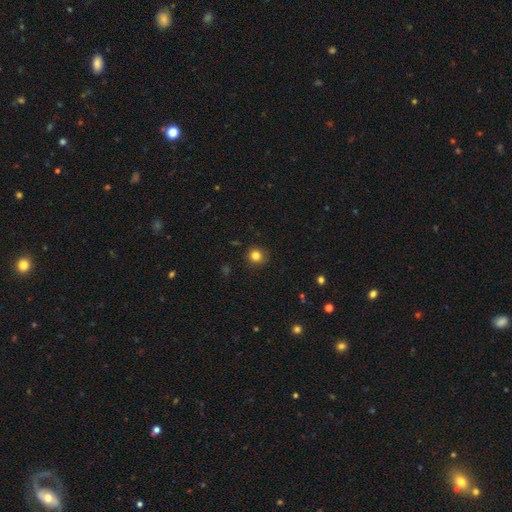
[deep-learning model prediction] smooth_or_featured: smooth (p=0.82) [alt: star or artifact p=0.13]
how_rounded: round (p=0.90) [alt: in between p=0.09]
merging: none (p=0.88) [alt: minor disturbance p=0.08]